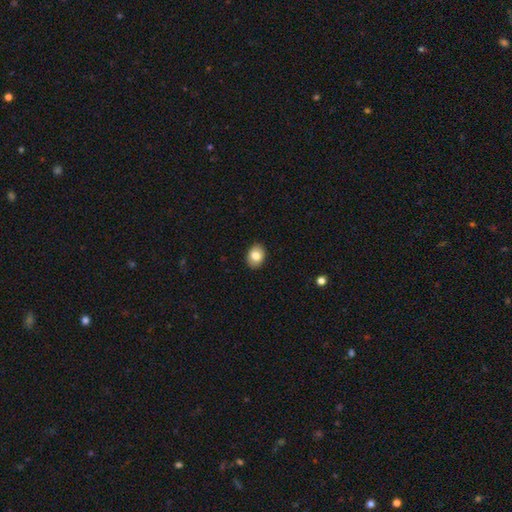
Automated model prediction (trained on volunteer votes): Smooth or featured: smooth — 84% (featured or disk — 9%)
How rounded: in between — 69% (round — 30%)
Merging: none — 89% (minor disturbance — 8%)